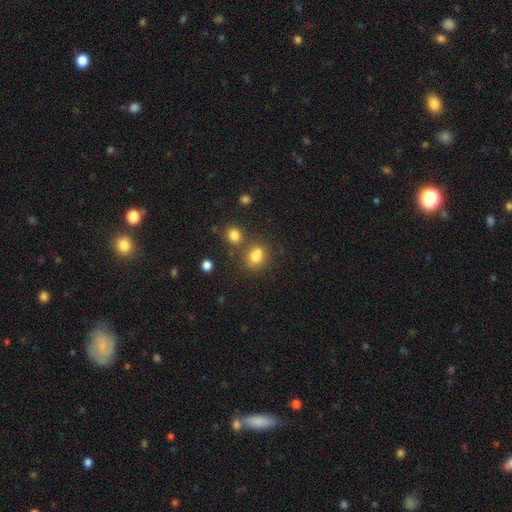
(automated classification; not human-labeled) A smooth galaxy with no disk features (77%) that is round (52%).

Vote fractions:
- Smooth or featured? smooth: 77% / star or artifact: 13% / featured or disk: 10%
- How rounded? round: 52% / in between: 46% / cigar-shaped: 2%
- Merging? none: 52% / merger: 29% / minor disturbance: 14% / major disturbance: 5%